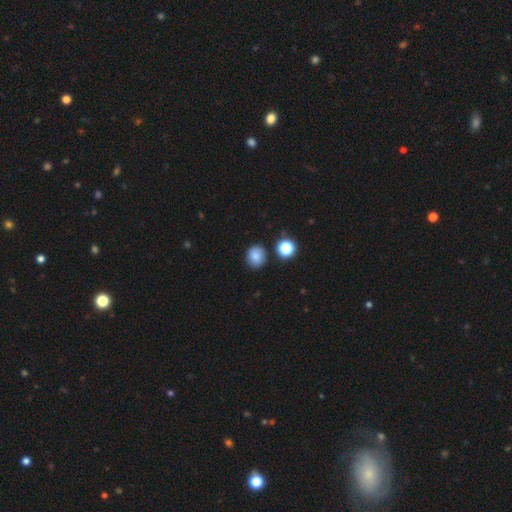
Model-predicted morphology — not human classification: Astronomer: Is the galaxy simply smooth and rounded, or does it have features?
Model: smooth — 81%.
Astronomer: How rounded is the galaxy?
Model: round — 78%.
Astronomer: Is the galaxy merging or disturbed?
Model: none — 84%.